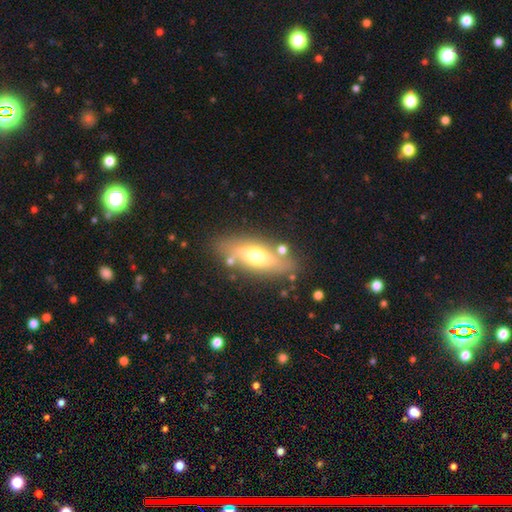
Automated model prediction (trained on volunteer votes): smooth-or-featured: featured or disk: 46% (tied) | smooth: 46% (tied) | star or artifact: 8%
  merging: none: 76% | minor disturbance: 14% | merger: 6% | major disturbance: 5%